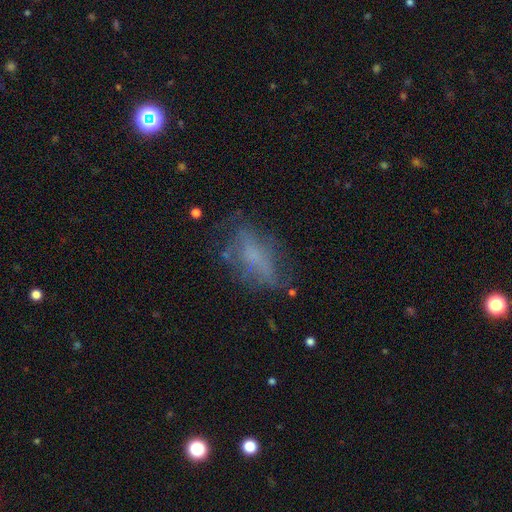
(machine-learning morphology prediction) This appears to be a smooth galaxy with no disk features (45%). Merging: none (58%).